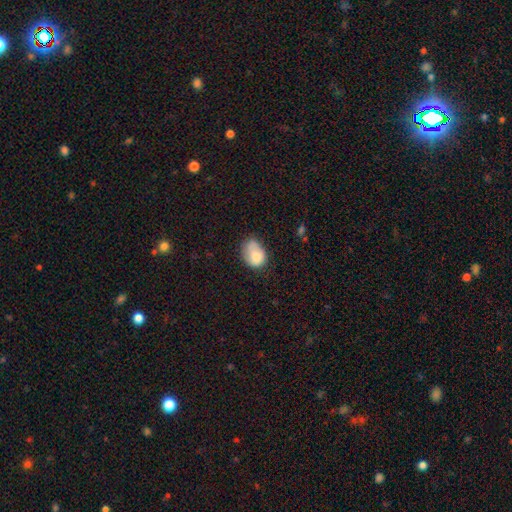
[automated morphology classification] Smooth or featured? smooth (76%)
How rounded? in between (67%)
Merging? none (42%)